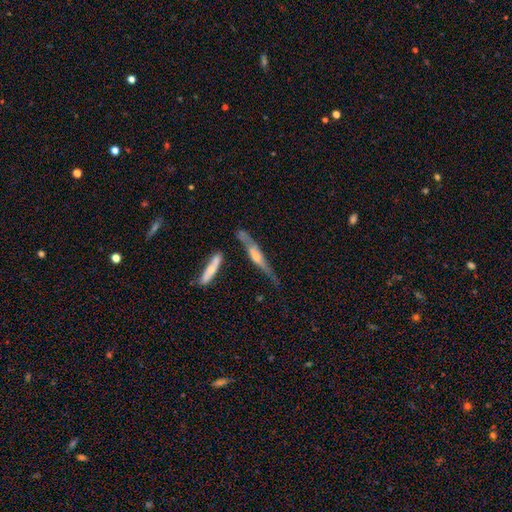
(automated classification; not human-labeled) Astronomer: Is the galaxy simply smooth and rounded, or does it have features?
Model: featured or disk — 67%.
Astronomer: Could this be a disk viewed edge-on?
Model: yes — 86%.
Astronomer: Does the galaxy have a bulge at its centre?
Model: rounded — 67%.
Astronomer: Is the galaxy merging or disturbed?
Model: none — 53%.